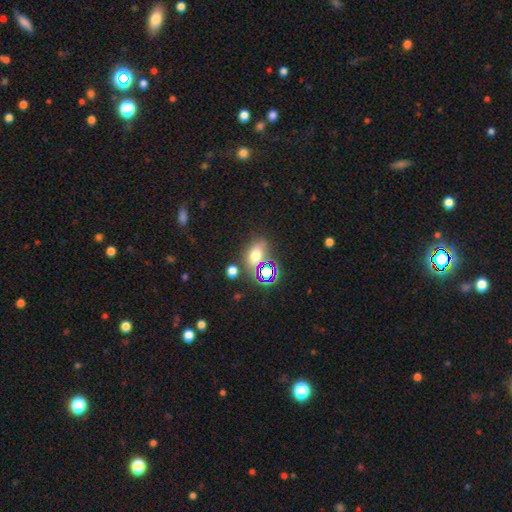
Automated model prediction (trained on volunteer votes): The model was most divided on "smooth or featured": smooth: 57%, star or artifact: 30%, featured or disk: 14%. More confident: how rounded — in between (68%); merging — none (59%).